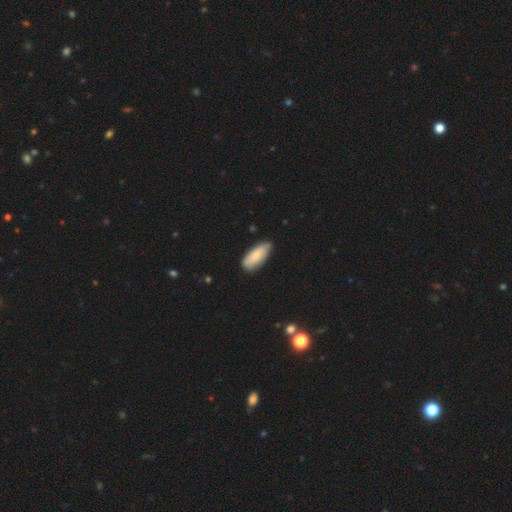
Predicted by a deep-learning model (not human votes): Smooth or featured?
  - smooth: 82% *
  - featured or disk: 12%
  - star or artifact: 6%
How rounded?
  - in between: 83% *
  - cigar-shaped: 15%
  - round: 2%
Merging?
  - none: 76% *
  - minor disturbance: 20%
  - major disturbance: 3%
  - merger: 1%